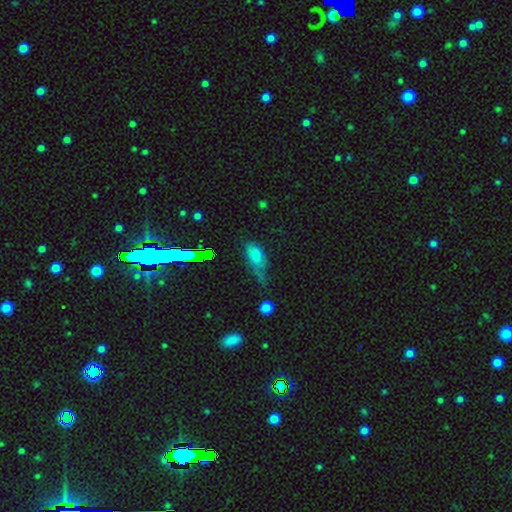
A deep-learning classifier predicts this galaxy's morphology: Q: Smooth or featured?
A: smooth (65%); runner-up: star or artifact (21%)
Q: How rounded?
A: in between (78%); runner-up: cigar-shaped (15%)
Q: Merging?
A: none (38%); runner-up: minor disturbance (34%)